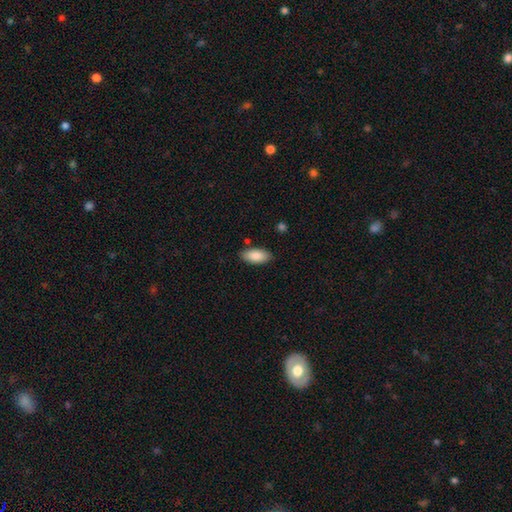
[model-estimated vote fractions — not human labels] smooth 88%, featured or disk 6%, star or artifact 6%. Down the decision tree: how rounded — in between (91%); merging — none (84%).